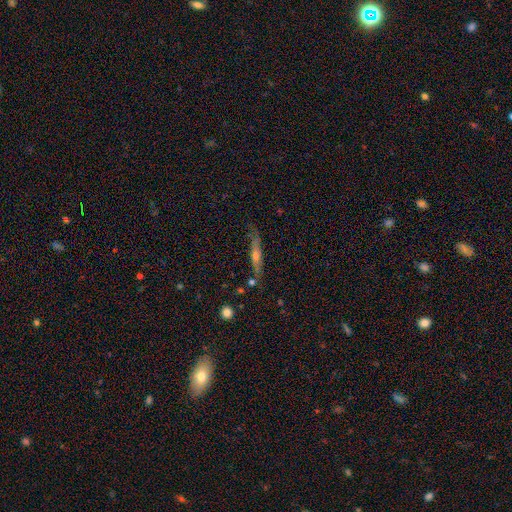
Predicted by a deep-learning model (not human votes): Smooth or featured: featured or disk — 61% (smooth — 31%)
Edge-on disk: yes — 90% (no — 10%)
Edge-on bulge: rounded — 75% (none — 19%)
Merging: none — 71% (minor disturbance — 20%)